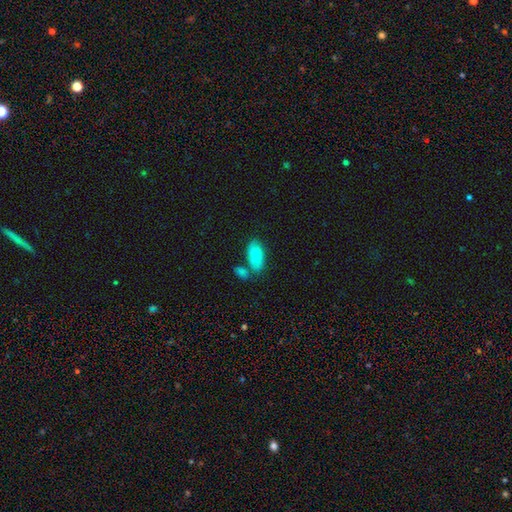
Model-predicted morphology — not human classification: Smooth or featured: smooth — 80% (featured or disk — 14%)
How rounded: in between — 92% (cigar-shaped — 5%)
Merging: none — 61% (merger — 20%)